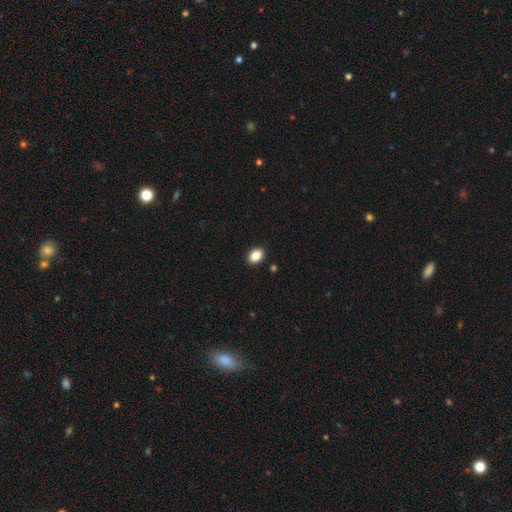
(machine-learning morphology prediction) Smooth or featured? smooth (87%)
How rounded? in between (77%)
Merging? none (90%)